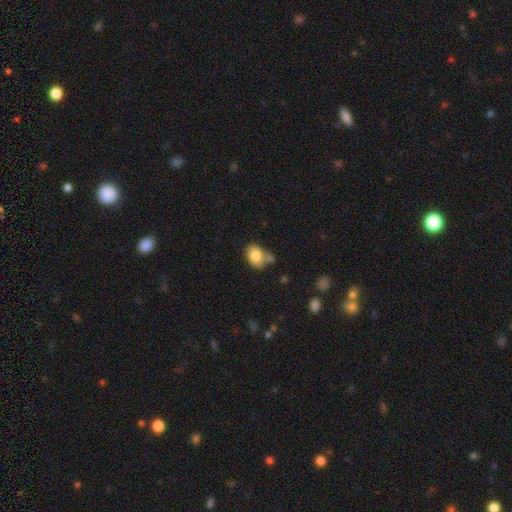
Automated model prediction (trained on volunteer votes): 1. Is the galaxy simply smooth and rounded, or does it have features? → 82% smooth, 10% featured or disk, 8% star or artifact.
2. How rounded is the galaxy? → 72% in between, 27% round, 1% cigar-shaped.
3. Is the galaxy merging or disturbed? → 49% none, 23% minor disturbance, 21% merger, 7% major disturbance.